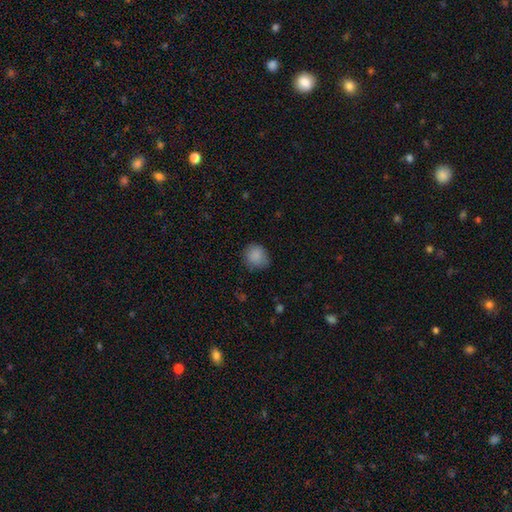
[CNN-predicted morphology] Smooth or featured? Predicted: smooth (p=0.87). How rounded? Predicted: round (p=0.78). Merging? Predicted: none (p=0.75).